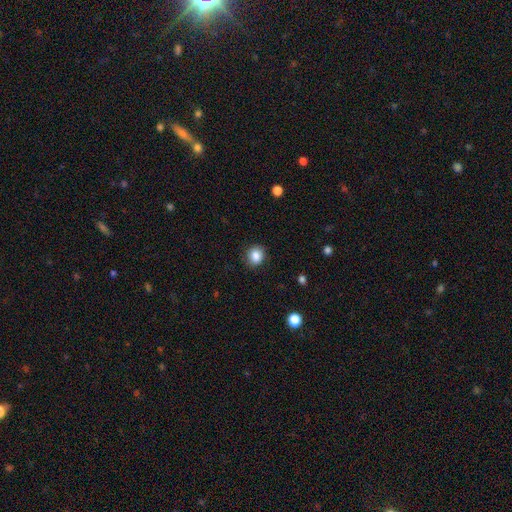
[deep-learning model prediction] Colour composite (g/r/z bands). It shows a smooth galaxy with no disk features (86%) that is round (75%). Merging: none (86%).